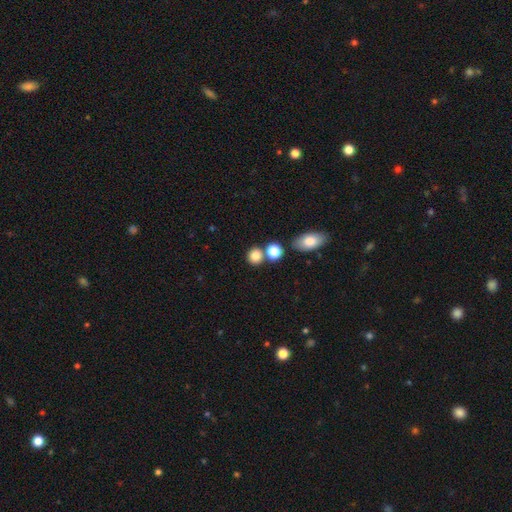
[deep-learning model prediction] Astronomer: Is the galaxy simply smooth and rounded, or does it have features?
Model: smooth — 83%.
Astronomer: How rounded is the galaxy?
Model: round — 80%.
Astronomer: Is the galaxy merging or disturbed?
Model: none — 69%.